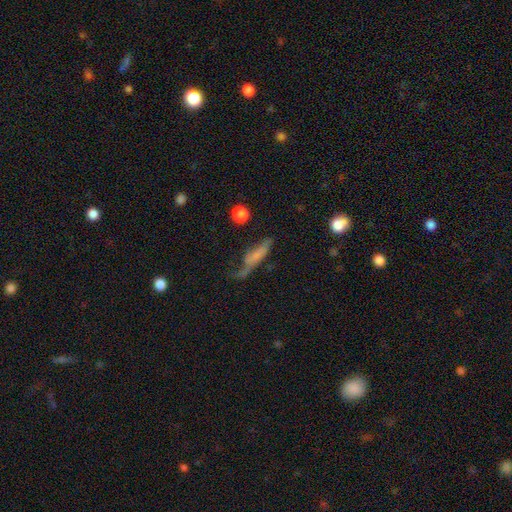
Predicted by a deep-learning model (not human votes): Overall: smooth (48%; featured or disk 42%). Merging: none (36%; major disturbance 29%).